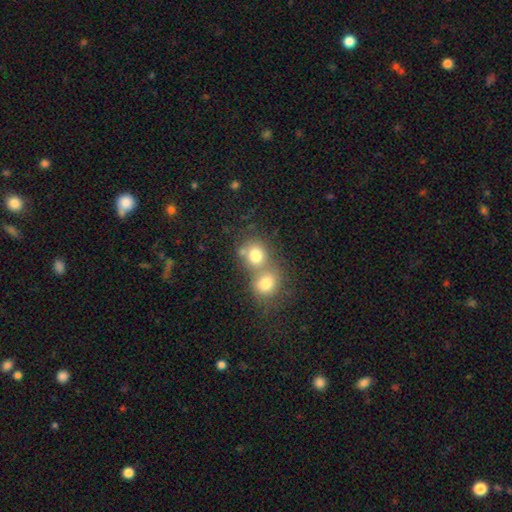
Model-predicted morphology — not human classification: smooth-or-featured: smooth: 77% | featured or disk: 12% | star or artifact: 11%
  how-rounded: round: 75% | in between: 24% | cigar-shaped: 1%
  merging: merger: 58% | none: 32% | minor disturbance: 7% | major disturbance: 3%